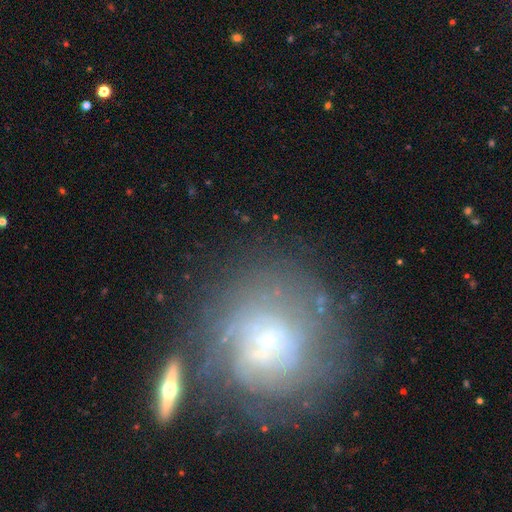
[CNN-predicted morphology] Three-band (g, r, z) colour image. It shows a featured or disk galaxy (61%) with no bar (66%), spiral arms (75%) and a small central bulge (61%). Merging: none (66%).